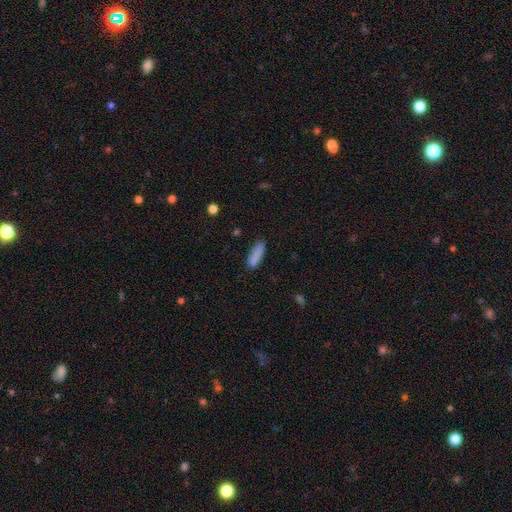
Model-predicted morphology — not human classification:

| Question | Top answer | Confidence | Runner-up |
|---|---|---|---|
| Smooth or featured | smooth | 86% | star or artifact (8%) |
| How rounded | cigar-shaped | 52% | in between (46%) |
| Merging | none | 78% | minor disturbance (16%) |